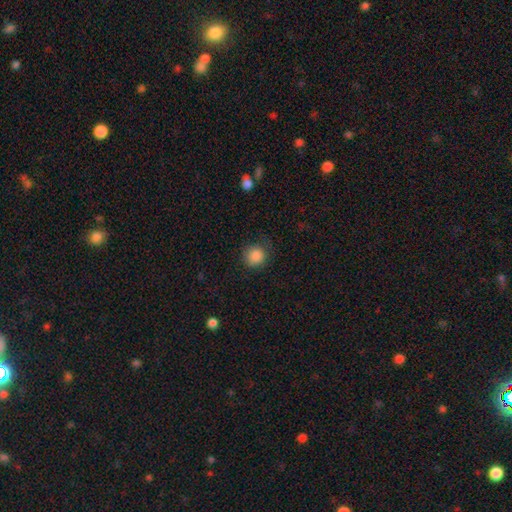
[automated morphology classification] Smooth or featured? smooth (87%)
How rounded? round (90%)
Merging? none (76%)